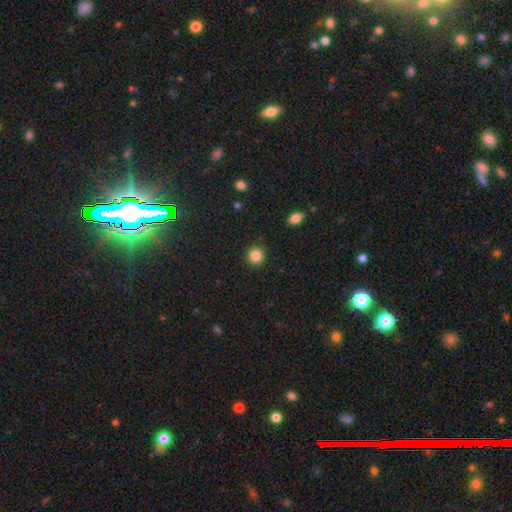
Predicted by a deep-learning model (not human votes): smooth-or-featured: smooth: 86% | star or artifact: 10% | featured or disk: 4%
  how-rounded: round: 91% | in between: 8% | cigar-shaped: 1%
  merging: none: 91% | minor disturbance: 5% | major disturbance: 2% | merger: 1%